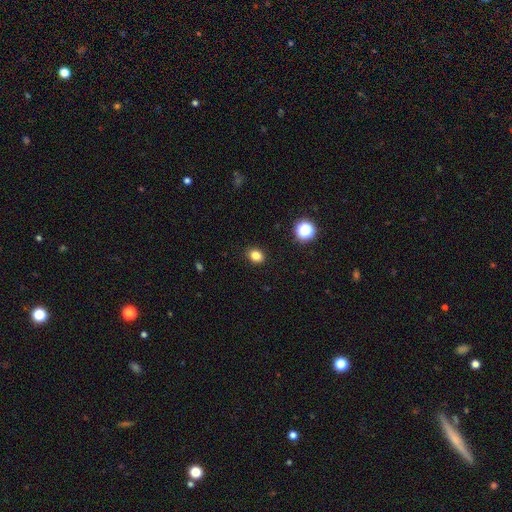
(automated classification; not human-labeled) Smooth or featured: smooth — 82% (star or artifact — 13%)
How rounded: in between — 56% (round — 43%)
Merging: none — 90% (minor disturbance — 7%)